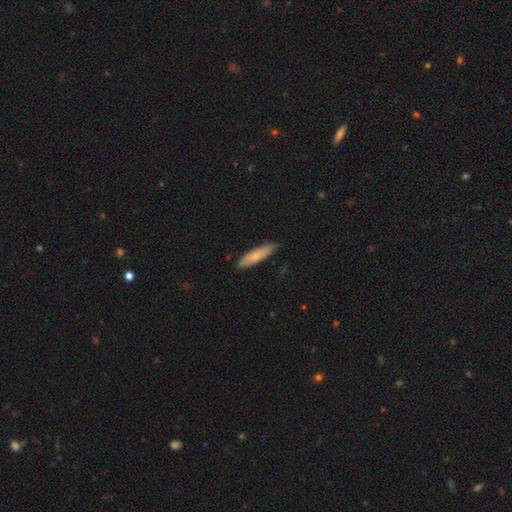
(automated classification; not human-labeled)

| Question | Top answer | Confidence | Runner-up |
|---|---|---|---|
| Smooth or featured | smooth | 68% | featured or disk (27%) |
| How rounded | cigar-shaped | 70% | in between (28%) |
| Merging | none | 78% | minor disturbance (18%) |